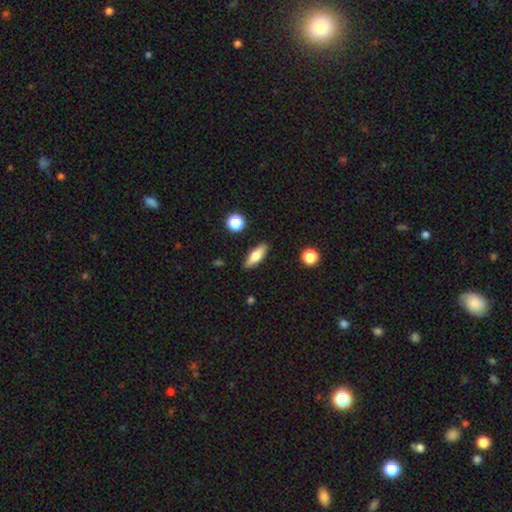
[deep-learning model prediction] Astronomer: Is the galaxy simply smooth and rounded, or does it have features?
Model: smooth — 67%.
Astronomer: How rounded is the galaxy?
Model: in between — 58% (runner-up: cigar-shaped, 38%).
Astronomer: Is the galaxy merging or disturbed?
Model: none — 87%.